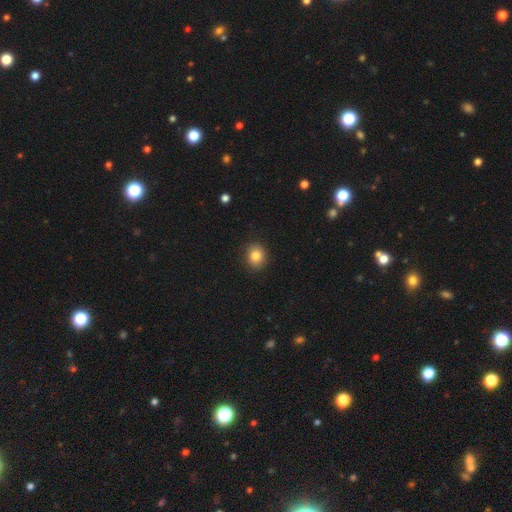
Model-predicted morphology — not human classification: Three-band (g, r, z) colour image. It shows a smooth galaxy with no disk features (84%) that is round (72%). Merging: none (88%).